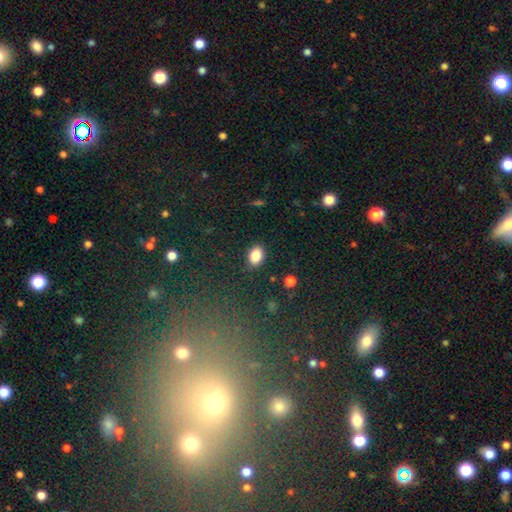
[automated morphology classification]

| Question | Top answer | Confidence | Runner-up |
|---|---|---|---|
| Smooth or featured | smooth | 85% | star or artifact (9%) |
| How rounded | in between | 75% | round (23%) |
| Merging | none | 86% | minor disturbance (10%) |